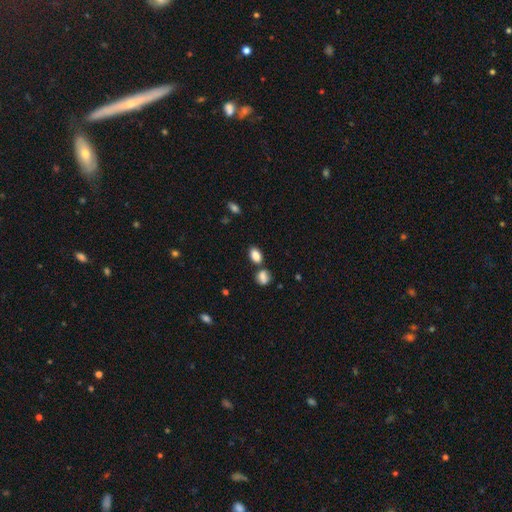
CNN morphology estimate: The model was most divided on "merging": none: 63%, merger: 21%, minor disturbance: 12%, major disturbance: 3%. More confident: how rounded — in between (87%); smooth or featured — smooth (85%).